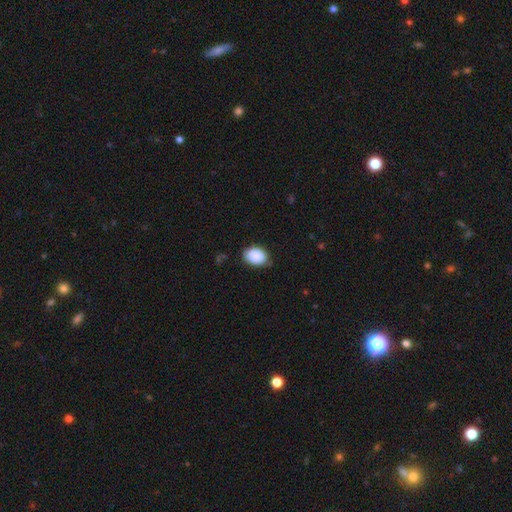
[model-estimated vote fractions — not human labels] Smooth or featured? Predicted: smooth (p=0.90). How rounded? Predicted: in between (p=0.81). Merging? Predicted: none (p=0.80).